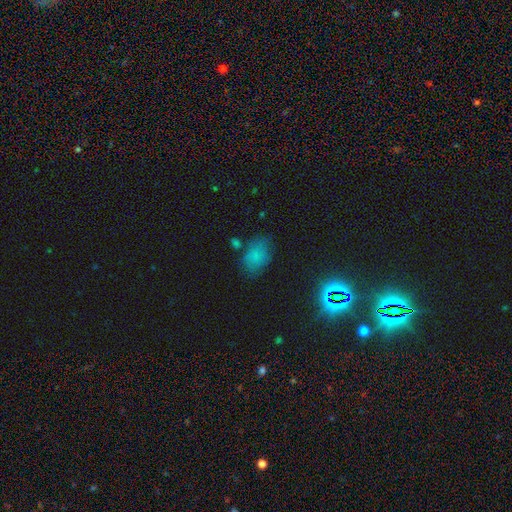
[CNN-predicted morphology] smooth 68%, star or artifact 20%, featured or disk 12%. Down the decision tree: how rounded — in between (82%); merging — none (64%).